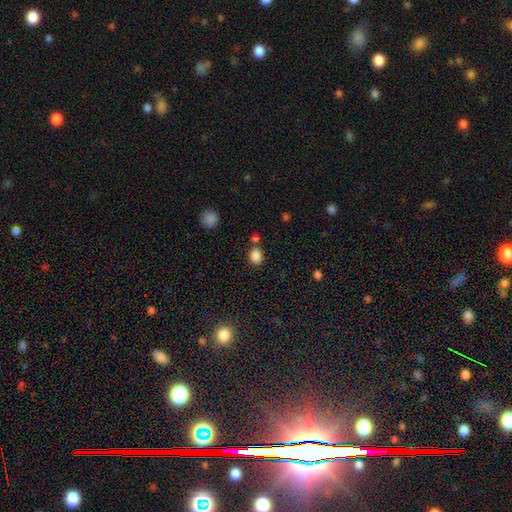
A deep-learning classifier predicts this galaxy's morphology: A smooth galaxy with no disk features (85%) that is in between round and cigar-shaped (55%). Merging: none (72%).